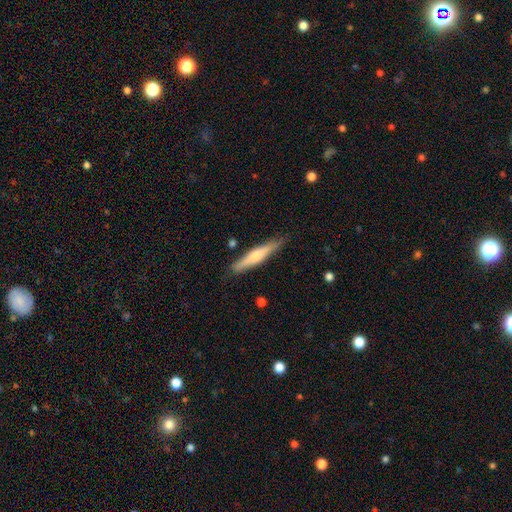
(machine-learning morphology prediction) Overall: smooth (51%; featured or disk 43%). How rounded: cigar-shaped (88%). Merging: none (82%).